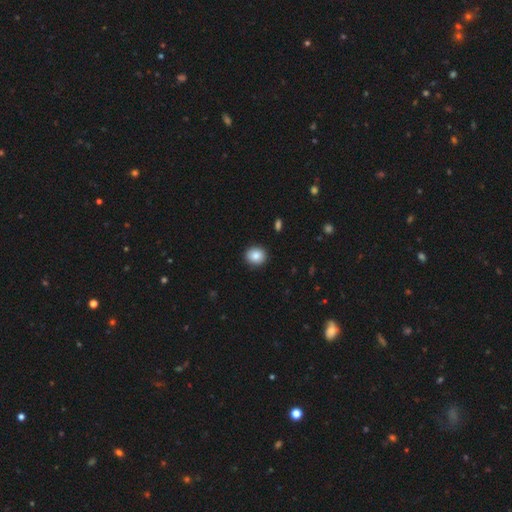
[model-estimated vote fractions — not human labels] Smooth or featured?
  - smooth: 85% *
  - star or artifact: 8%
  - featured or disk: 6%
How rounded?
  - round: 84% *
  - in between: 15%
  - cigar-shaped: 1%
Merging?
  - none: 92% *
  - minor disturbance: 6%
  - major disturbance: 2%
  - merger: 1%